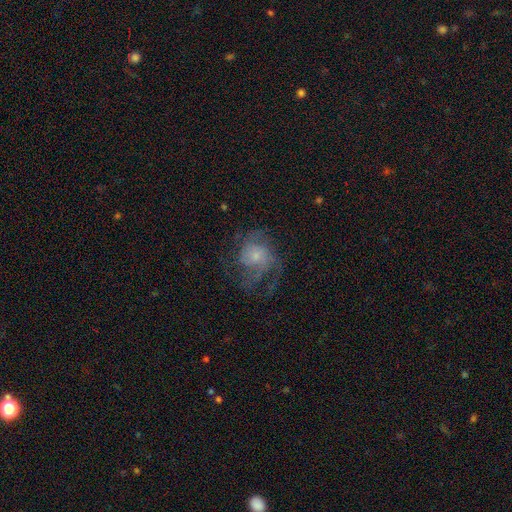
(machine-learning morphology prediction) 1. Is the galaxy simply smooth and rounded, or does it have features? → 66% featured or disk, 24% smooth, 10% star or artifact.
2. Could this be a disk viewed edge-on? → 98% no, 2% yes.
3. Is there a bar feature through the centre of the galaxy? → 75% no, 22% weak, 3% strong.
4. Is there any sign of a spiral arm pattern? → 84% yes, 16% no.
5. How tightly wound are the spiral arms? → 46% medium, 30% loose, 23% tight.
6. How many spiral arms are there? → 30% can't tell, 26% 3, 21% 2, 9% 1, 9% 4, 6% more than 4.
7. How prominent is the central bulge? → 59% small, 24% moderate, 9% none, 5% large, 2% dominant.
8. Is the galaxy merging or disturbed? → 46% none, 34% major disturbance, 18% minor disturbance, 2% merger.